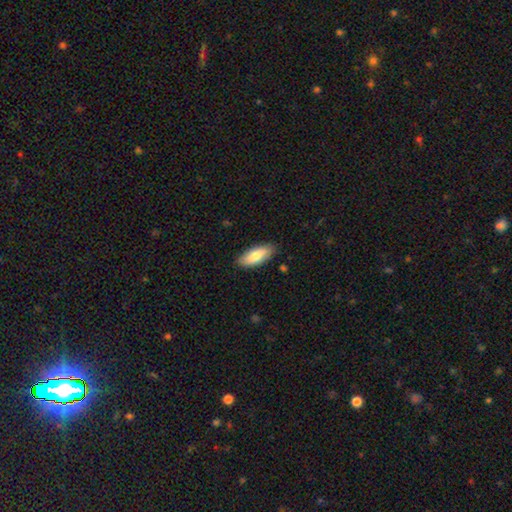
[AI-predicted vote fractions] This is likely a smooth galaxy (78%). How rounded: clearly in between (80%). Merging: clearly none (86%).